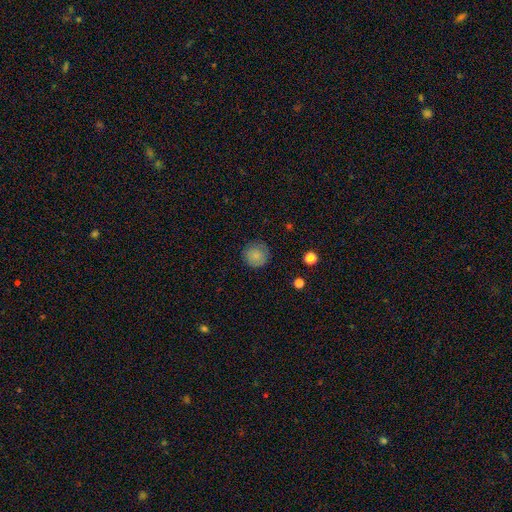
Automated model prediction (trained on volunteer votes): This appears to be a smooth galaxy with no disk features (82%) that is round (93%). Merging: none (83%).